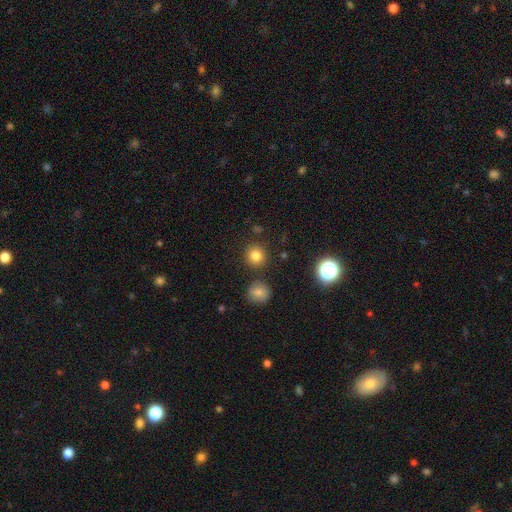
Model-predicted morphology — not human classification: Smooth or featured? smooth (80%)
How rounded? round (92%)
Merging? none (86%)